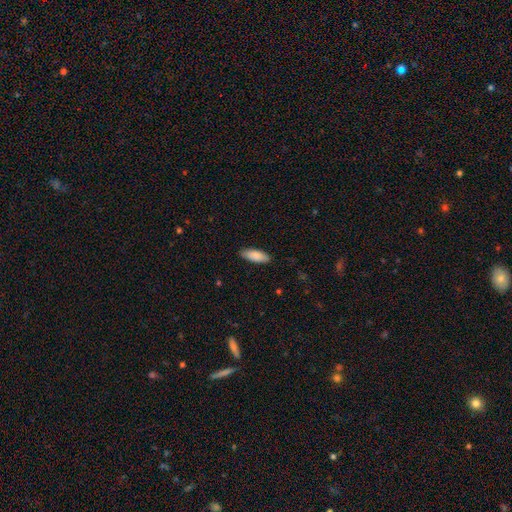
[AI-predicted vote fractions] Smooth or featured? Predicted: smooth (p=0.88). How rounded? Predicted: in between (p=0.69). Merging? Predicted: none (p=0.88).